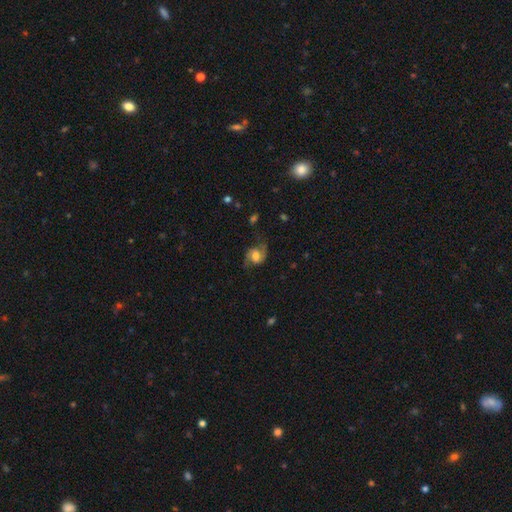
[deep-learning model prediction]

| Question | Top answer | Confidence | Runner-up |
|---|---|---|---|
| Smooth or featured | featured or disk | 73% | smooth (19%) |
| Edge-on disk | no | 97% | yes (3%) |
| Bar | no | 51% | weak (39%) |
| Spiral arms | yes | 94% | no (6%) |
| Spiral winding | loose | 49% | medium (41%) |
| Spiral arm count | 2 | 91% | can't tell (3%) |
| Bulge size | moderate | 54% | large (25%) |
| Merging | none | 69% | minor disturbance (19%) |